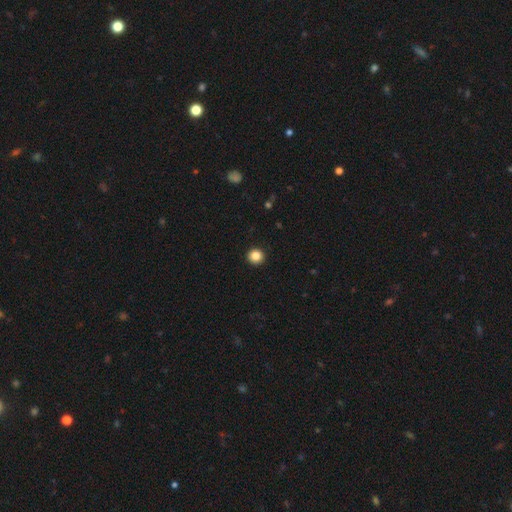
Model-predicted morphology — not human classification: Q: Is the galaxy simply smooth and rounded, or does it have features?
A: smooth — 86%.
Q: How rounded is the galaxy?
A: round — 95%.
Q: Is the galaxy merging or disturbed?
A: none — 94%.